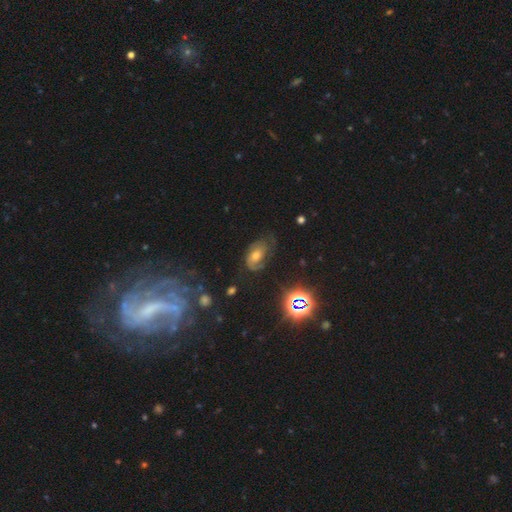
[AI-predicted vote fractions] Smooth or featured? featured or disk (56%)
Edge-on disk? no (95%)
Bar? no (62%)
Spiral arms? yes (84%)
Bulge size? moderate (61%)
Merging? none (56%)